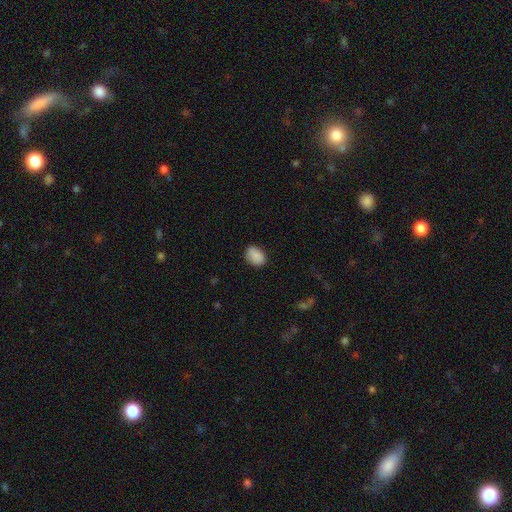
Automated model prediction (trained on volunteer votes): A smooth galaxy with no disk features (89%) that is in between round and cigar-shaped (77%). Merging: none (83%).